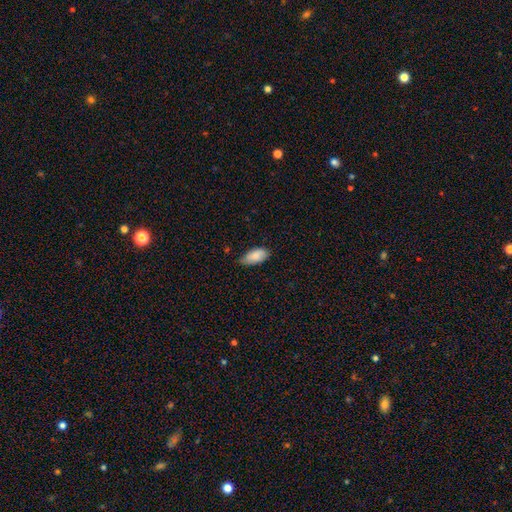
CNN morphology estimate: type=smooth (86%); roundness=in between (93%); merging=none (65%).